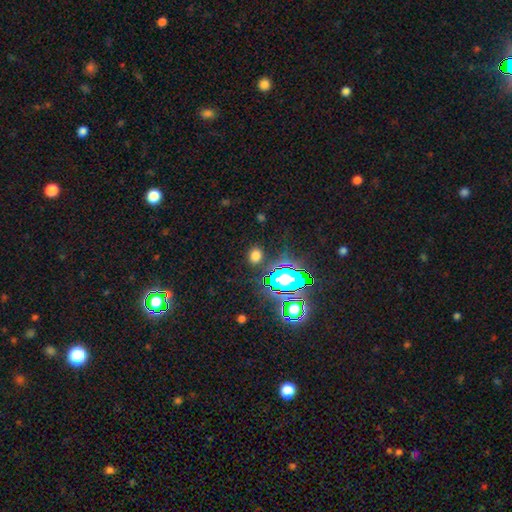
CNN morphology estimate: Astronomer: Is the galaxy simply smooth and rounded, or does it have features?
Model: smooth — 66%.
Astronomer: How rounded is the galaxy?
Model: round — 51% (runner-up: in between, 47%).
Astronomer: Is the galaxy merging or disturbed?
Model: none — 86%.